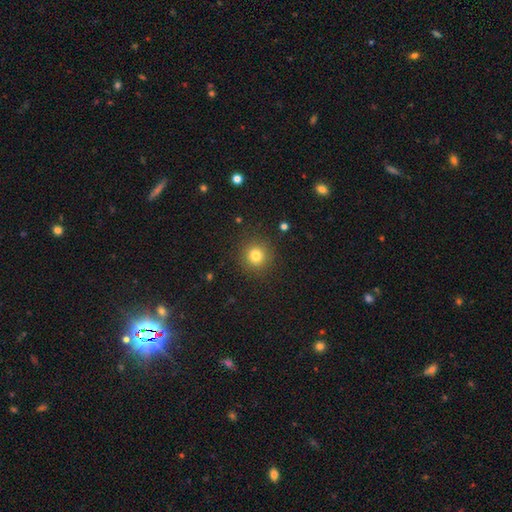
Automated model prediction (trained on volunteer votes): This is likely a smooth galaxy (80%). How rounded: clearly round (93%). Merging: clearly none (89%).